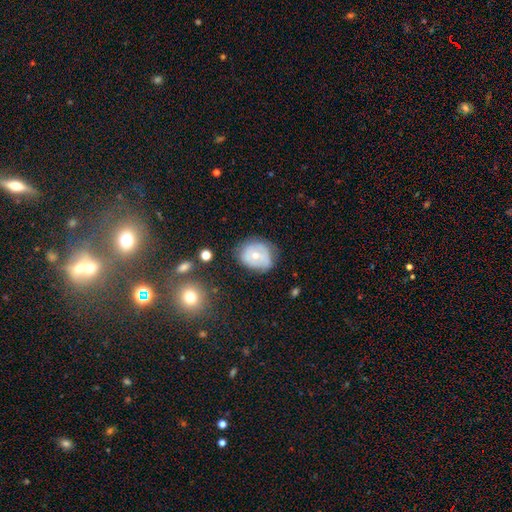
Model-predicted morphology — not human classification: A smooth galaxy with no disk features (48%).

Vote fractions:
- Smooth or featured? smooth: 48% / featured or disk: 44% / star or artifact: 8%
- Merging? none: 55% / minor disturbance: 30% / major disturbance: 12% / merger: 3%